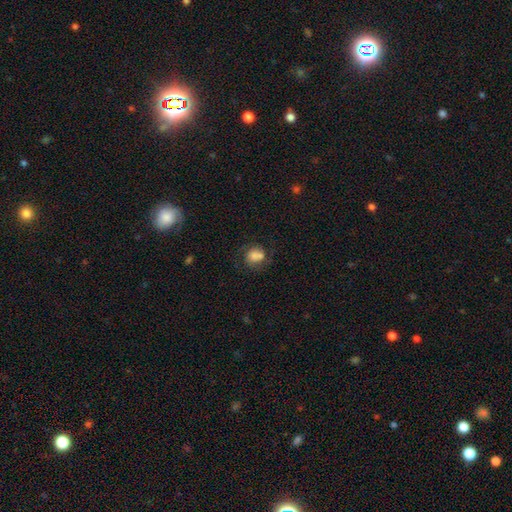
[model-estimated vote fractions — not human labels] This is likely a smooth galaxy (68%). How rounded: likely round (68%). Merging: possibly none (50%).